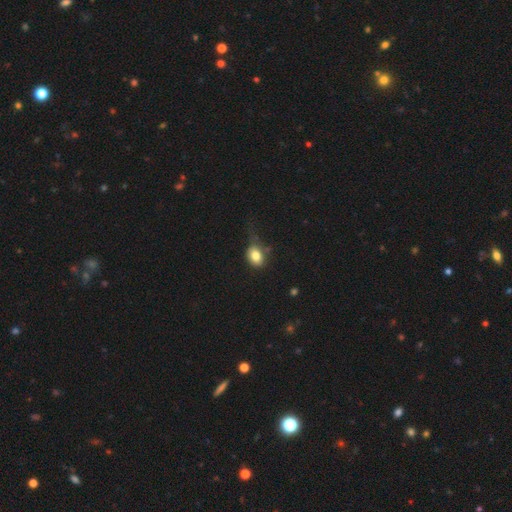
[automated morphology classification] This appears to be a smooth galaxy with no disk features (81%) that is in between round and cigar-shaped (70%). Merging: none (48%).